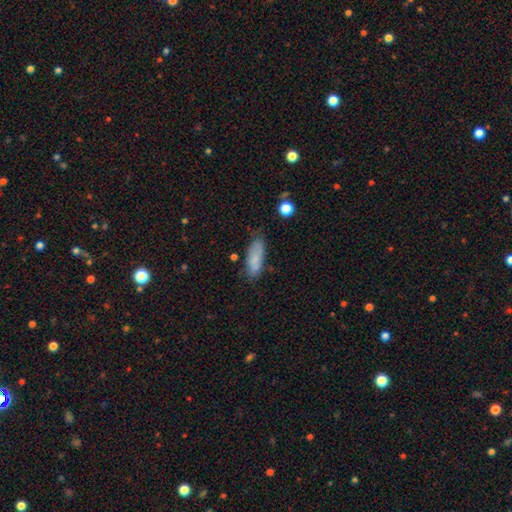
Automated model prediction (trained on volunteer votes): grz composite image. It shows a smooth galaxy with no disk features (80%) that is in between round and cigar-shaped (69%). Merging: none (71%).